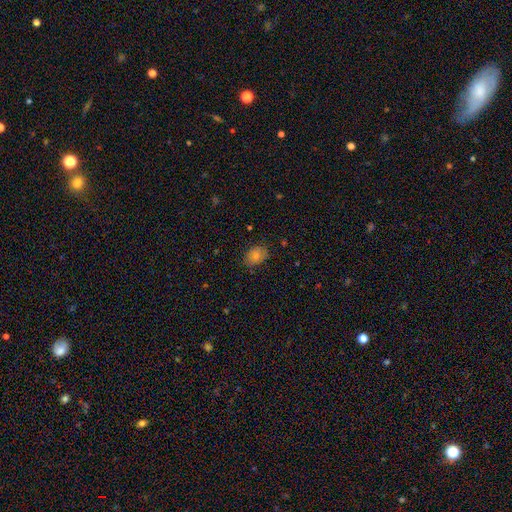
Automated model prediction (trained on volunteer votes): Smooth or featured? smooth (66%)
How rounded? in between (67%)
Merging? none (81%)